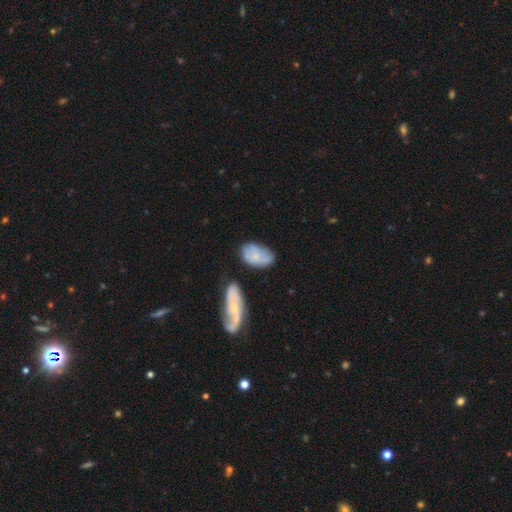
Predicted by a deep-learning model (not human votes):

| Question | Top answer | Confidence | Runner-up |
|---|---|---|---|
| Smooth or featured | smooth | 57% | featured or disk (36%) |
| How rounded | in between | 89% | round (9%) |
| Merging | none | 43% | minor disturbance (32%) |